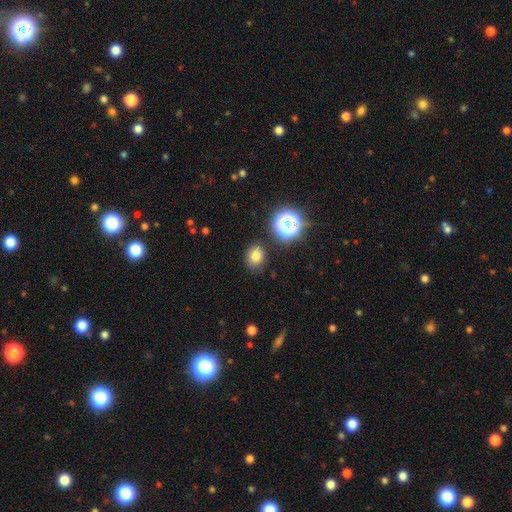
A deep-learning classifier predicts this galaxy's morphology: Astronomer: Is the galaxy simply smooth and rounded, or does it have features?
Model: smooth — 77%.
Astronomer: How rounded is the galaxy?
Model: round — 57% (runner-up: in between, 42%).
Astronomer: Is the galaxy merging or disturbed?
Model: none — 83%.